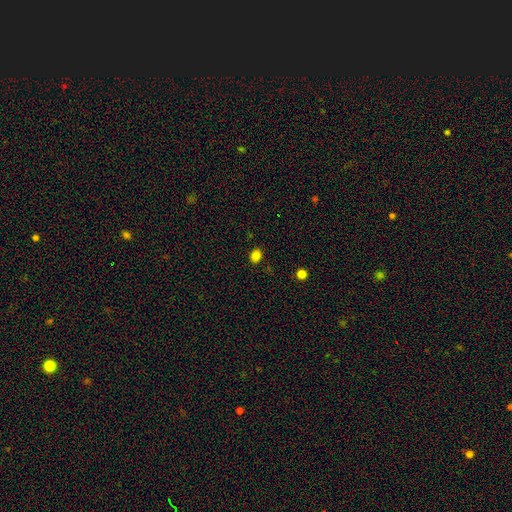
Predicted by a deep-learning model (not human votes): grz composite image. It shows a smooth galaxy with no disk features (83%) that is in between round and cigar-shaped (52%). Merging: none (88%).